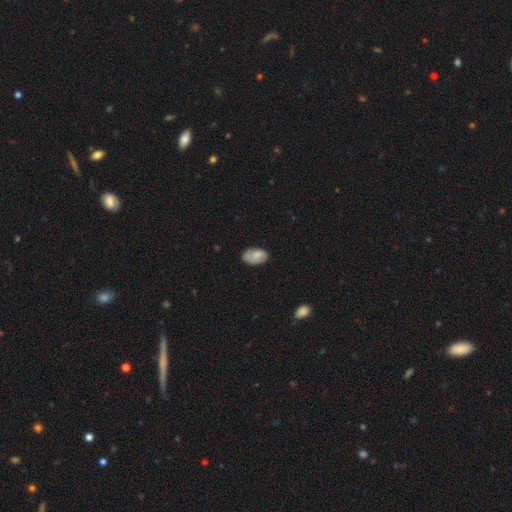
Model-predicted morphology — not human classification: Smooth or featured?
  - smooth: 73% *
  - featured or disk: 20%
  - star or artifact: 7%
How rounded?
  - in between: 92% *
  - round: 7%
  - cigar-shaped: 1%
Merging?
  - none: 77% *
  - minor disturbance: 18%
  - major disturbance: 4%
  - merger: 1%